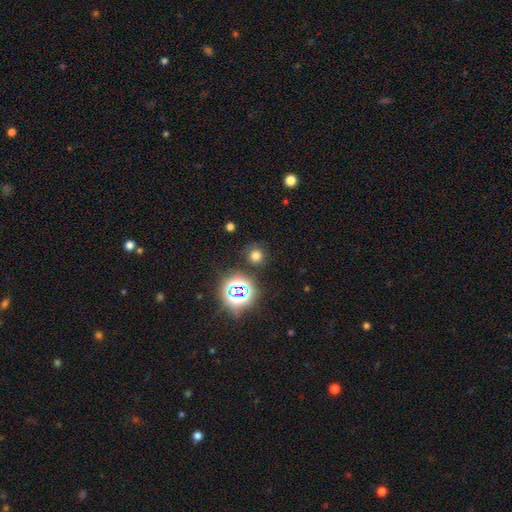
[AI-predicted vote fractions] smooth_or_featured: smooth (p=0.64) [alt: star or artifact p=0.29]
how_rounded: round (p=0.90) [alt: in between p=0.09]
merging: none (p=0.81) [alt: minor disturbance p=0.11]